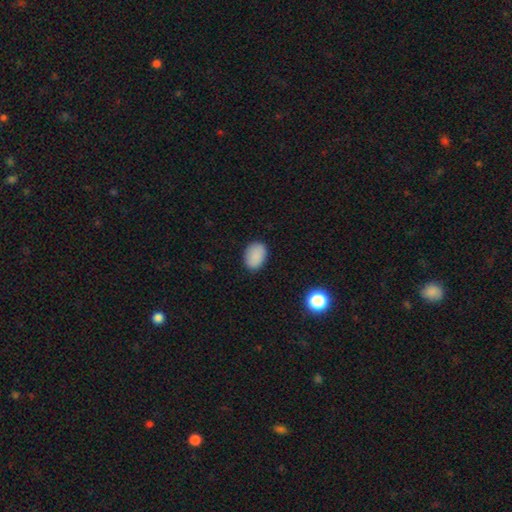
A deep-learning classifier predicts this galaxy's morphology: Overall: smooth (88%). How rounded: in between (78%). Merging: none (86%).